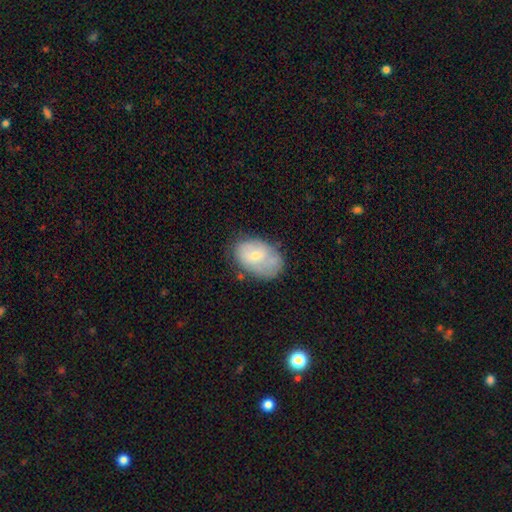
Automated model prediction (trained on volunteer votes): smooth-or-featured: smooth: 59% | featured or disk: 33% | star or artifact: 8%
  how-rounded: in between: 84% | round: 15% | cigar-shaped: 1%
  merging: none: 55% | minor disturbance: 30% | major disturbance: 11% | merger: 4%